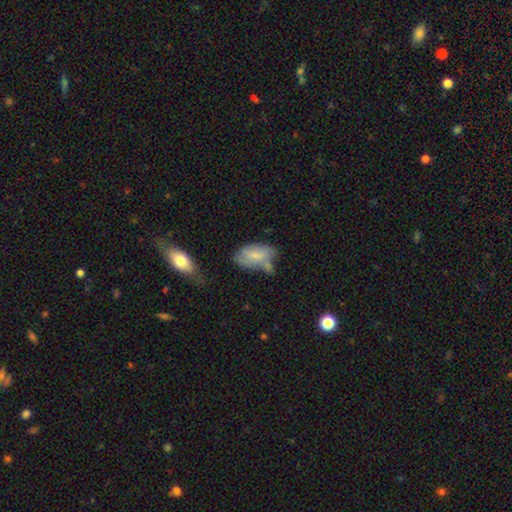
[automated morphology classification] Smooth or featured? smooth (74%)
How rounded? in between (93%)
Merging? none (43%)